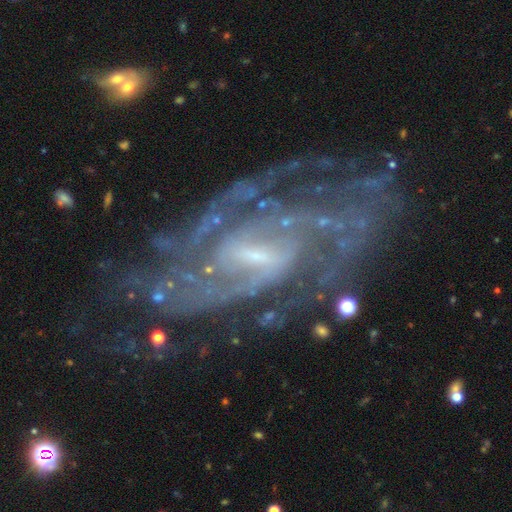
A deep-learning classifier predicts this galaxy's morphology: Smooth or featured? featured or disk (82%)
Edge-on disk? no (92%)
Bar? weak (49%)
Spiral arms? yes (92%)
Spiral winding? tight (59%)
Spiral arm count? can't tell (42%)
Bulge size? small (56%)
Merging? none (73%)